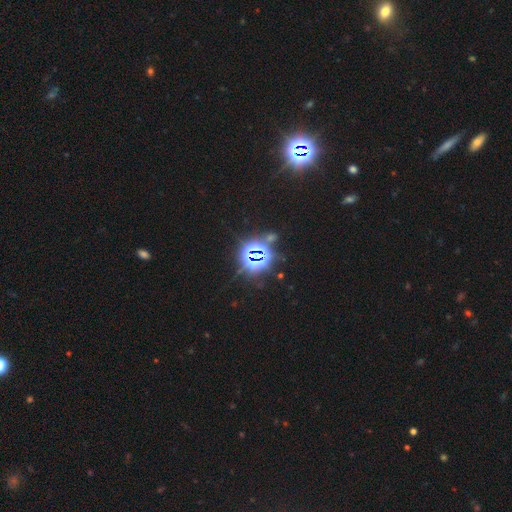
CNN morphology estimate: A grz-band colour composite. It shows a star or artifact, not a galaxy (81%).